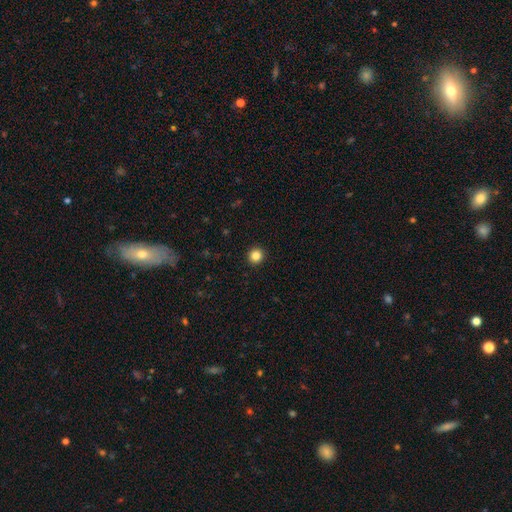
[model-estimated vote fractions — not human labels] smooth-or-featured: smooth: 85% | star or artifact: 11% | featured or disk: 4%
  how-rounded: round: 94% | in between: 5% | cigar-shaped: 1%
  merging: none: 93% | minor disturbance: 4% | major disturbance: 2% | merger: 1%